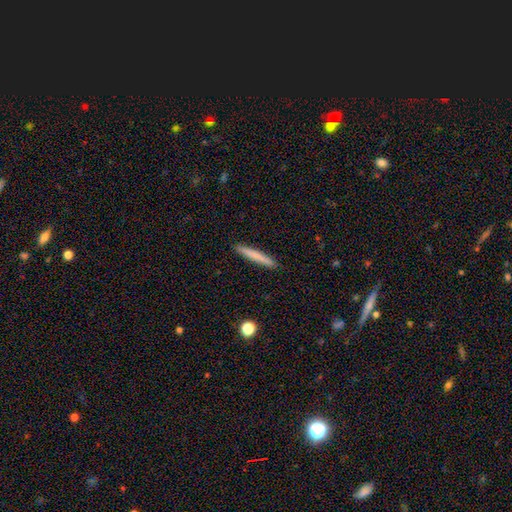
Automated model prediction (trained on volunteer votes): The model was most divided on "smooth or featured": smooth: 75%, featured or disk: 19%, star or artifact: 6%. More confident: how rounded — cigar-shaped (96%); merging — none (92%).